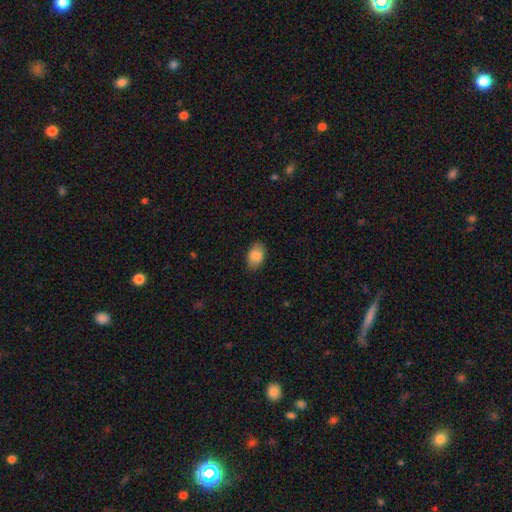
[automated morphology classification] type=smooth (84%); roundness=in between (90%); merging=none (86%).